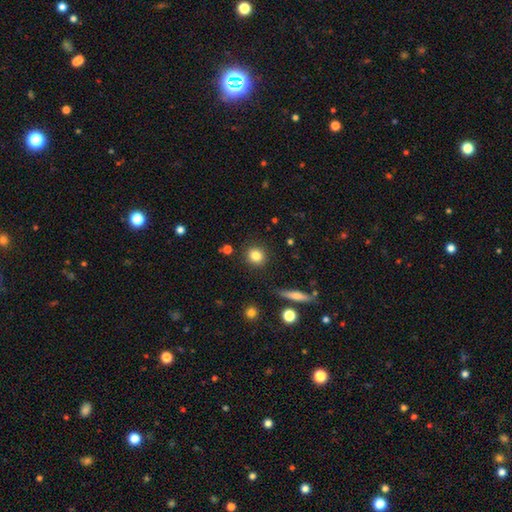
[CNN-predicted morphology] Smooth or featured?
  - smooth: 82% *
  - star or artifact: 10%
  - featured or disk: 8%
How rounded?
  - round: 85% *
  - in between: 13%
  - cigar-shaped: 2%
Merging?
  - none: 89% *
  - minor disturbance: 7%
  - major disturbance: 2%
  - merger: 2%